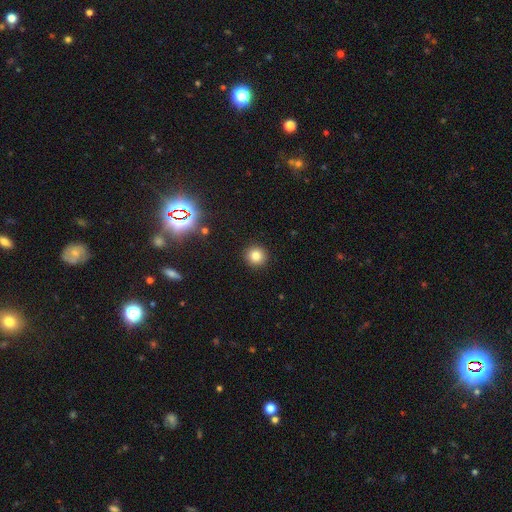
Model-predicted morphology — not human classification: smooth_or_featured: smooth (p=0.81) [alt: star or artifact p=0.13]
how_rounded: round (p=0.93) [alt: in between p=0.06]
merging: none (p=0.92) [alt: minor disturbance p=0.05]